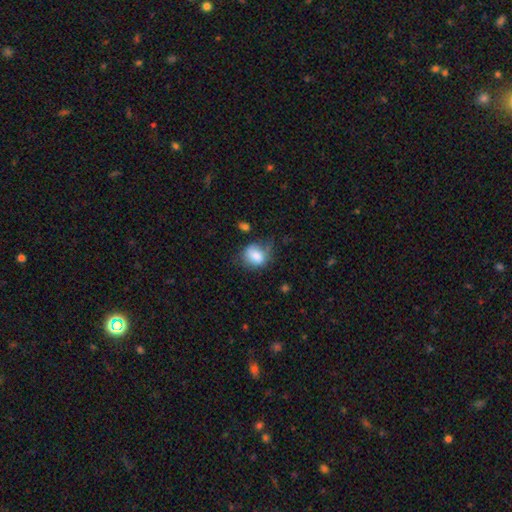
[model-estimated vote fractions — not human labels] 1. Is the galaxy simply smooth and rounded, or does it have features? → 81% smooth, 11% featured or disk, 9% star or artifact.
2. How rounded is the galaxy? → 52% round, 47% in between, 1% cigar-shaped.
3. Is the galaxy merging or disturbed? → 48% none, 33% minor disturbance, 16% major disturbance, 4% merger.